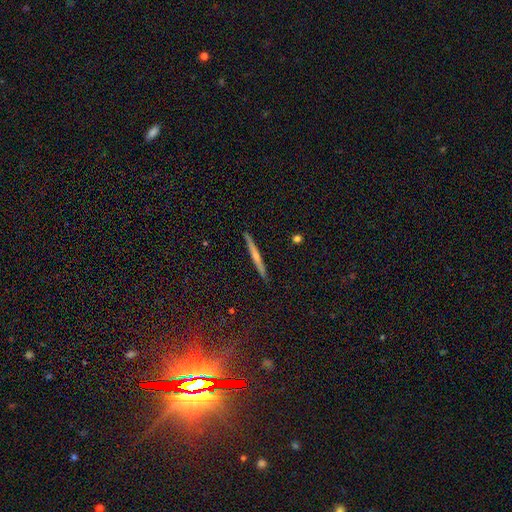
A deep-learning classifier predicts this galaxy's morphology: A featured or disk galaxy (52%) viewed edge-on (97%) with no central bulge (51%). Merging: none (91%).